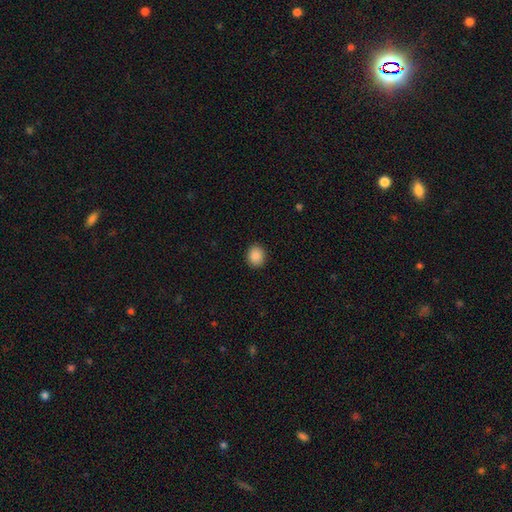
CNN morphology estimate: smooth 89%, star or artifact 9%, featured or disk 3%. Down the decision tree: how rounded — round (67%); merging — none (90%).